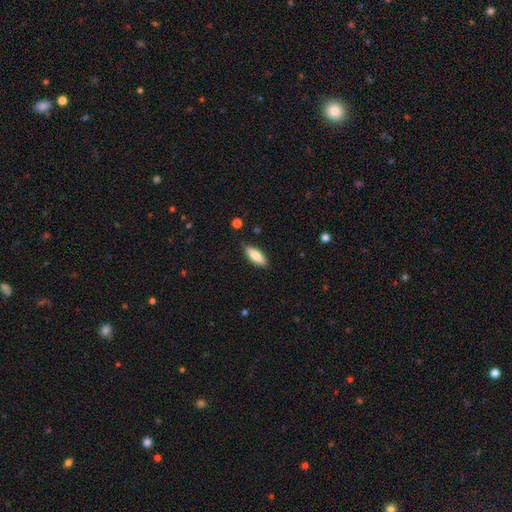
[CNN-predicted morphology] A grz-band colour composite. It shows a smooth galaxy with no disk features (77%) that is in between round and cigar-shaped (62%). Merging: none (85%).